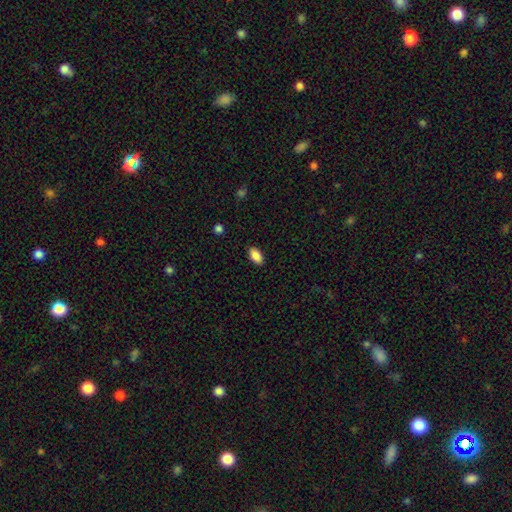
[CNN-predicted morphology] Smooth or featured? smooth (88%)
How rounded? in between (93%)
Merging? none (88%)